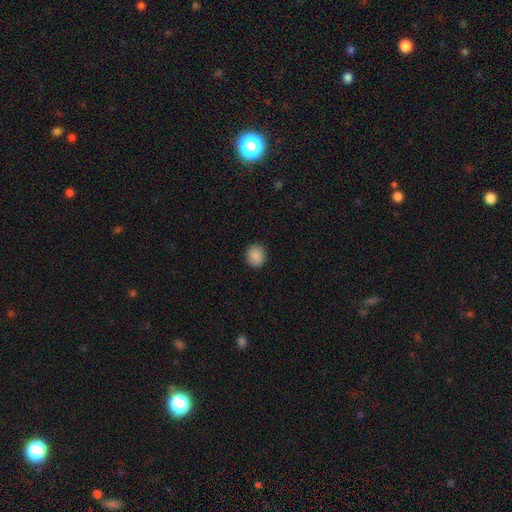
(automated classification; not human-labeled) Overall: smooth (89%). How rounded: round (80%). Merging: none (90%).